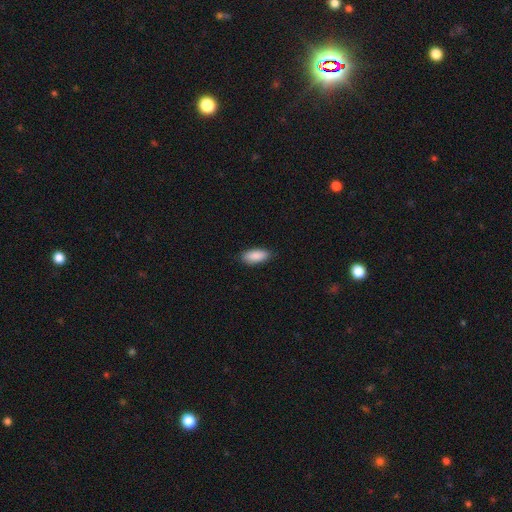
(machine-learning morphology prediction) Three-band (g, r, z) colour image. It shows a smooth galaxy with no disk features (90%) that is in between round and cigar-shaped (86%). Merging: none (86%).